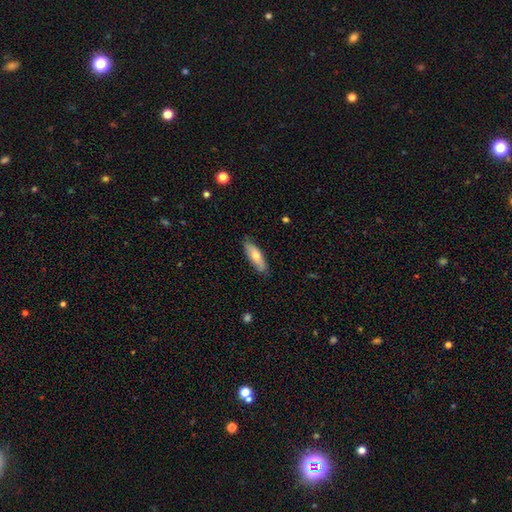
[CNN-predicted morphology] smooth 70%, featured or disk 24%, star or artifact 6%. Down the decision tree: how rounded — in between (52%); merging — none (82%).